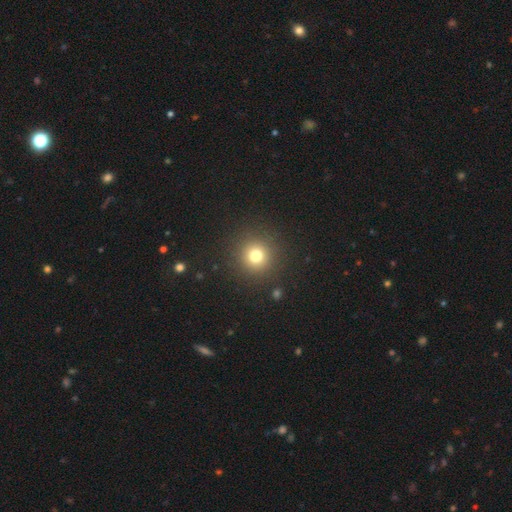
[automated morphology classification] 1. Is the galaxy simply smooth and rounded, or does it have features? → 76% smooth, 16% star or artifact, 8% featured or disk.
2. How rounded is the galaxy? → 95% round, 4% in between, 1% cigar-shaped.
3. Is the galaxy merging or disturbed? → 90% none, 5% minor disturbance, 3% major disturbance, 1% merger.